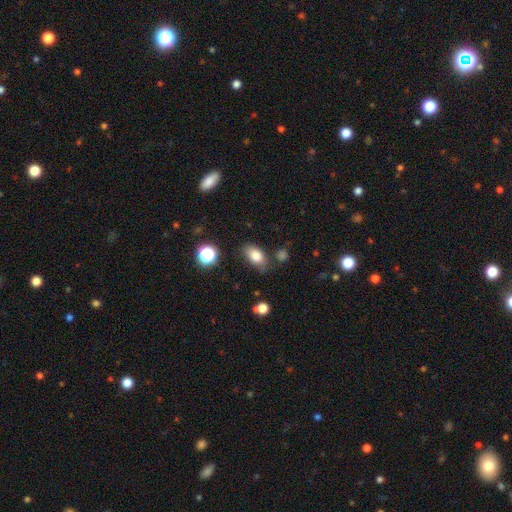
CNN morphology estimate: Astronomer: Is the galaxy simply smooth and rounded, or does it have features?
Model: smooth — 82%.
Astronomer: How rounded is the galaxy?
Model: in between — 87%.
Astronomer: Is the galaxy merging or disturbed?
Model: none — 72%.